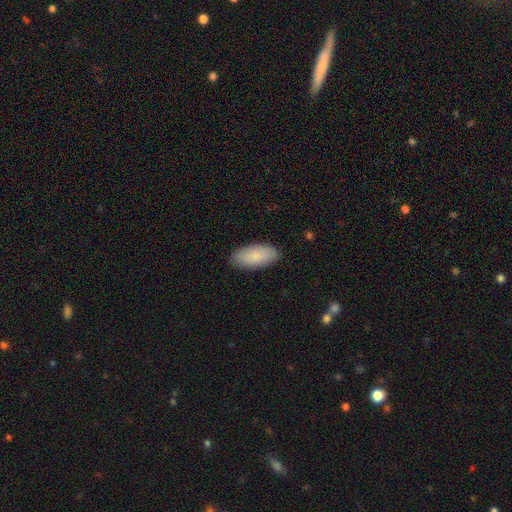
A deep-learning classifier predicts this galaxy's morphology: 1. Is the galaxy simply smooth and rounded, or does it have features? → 86% smooth, 8% featured or disk, 6% star or artifact.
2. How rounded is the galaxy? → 90% in between, 8% cigar-shaped, 2% round.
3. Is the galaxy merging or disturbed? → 88% none, 9% minor disturbance, 2% major disturbance, 1% merger.